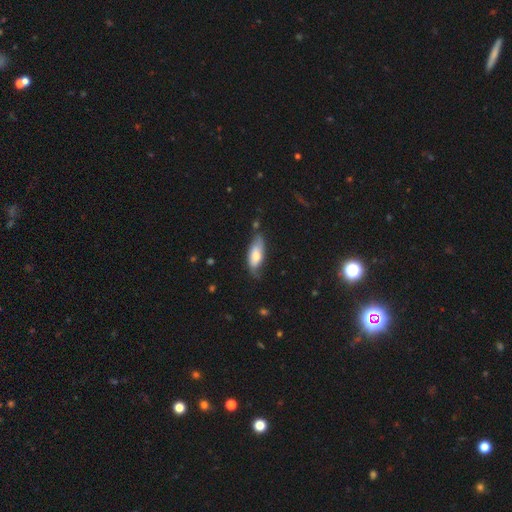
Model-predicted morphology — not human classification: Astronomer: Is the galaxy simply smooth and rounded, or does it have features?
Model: smooth — 62%.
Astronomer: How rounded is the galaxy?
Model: in between — 75%.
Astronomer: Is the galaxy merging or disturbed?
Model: none — 58%.